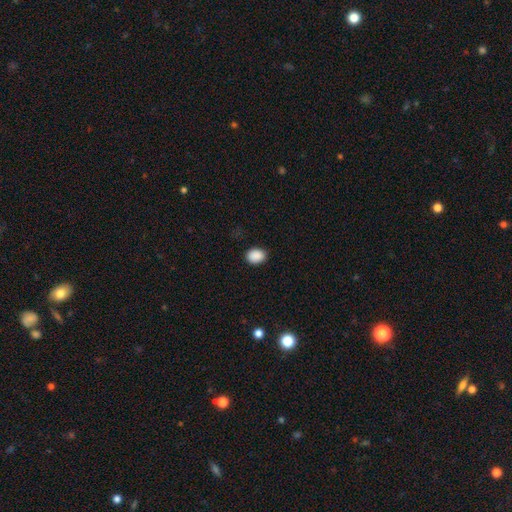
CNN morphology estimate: Overall: smooth (89%). How rounded: in between (61%; round 38%). Merging: none (87%).